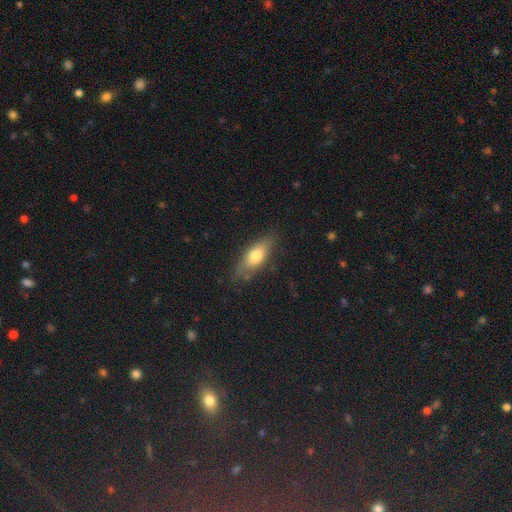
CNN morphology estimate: Q: Smooth or featured?
A: smooth (67%); runner-up: featured or disk (26%)
Q: How rounded?
A: in between (66%); runner-up: cigar-shaped (31%)
Q: Merging?
A: none (77%); runner-up: minor disturbance (18%)